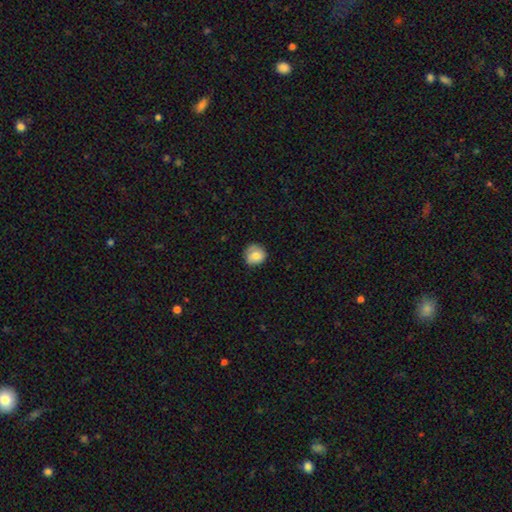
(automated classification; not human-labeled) This appears to be a smooth galaxy with no disk features (77%) that is round (87%). Merging: none (76%).